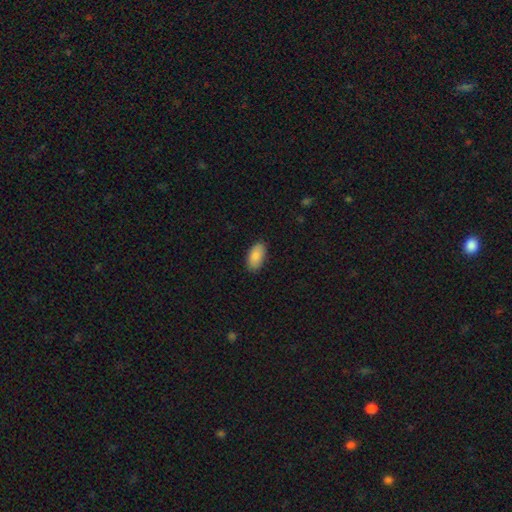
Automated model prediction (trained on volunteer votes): smooth 87%, featured or disk 7%, star or artifact 6%. Down the decision tree: how rounded — in between (94%); merging — none (87%).